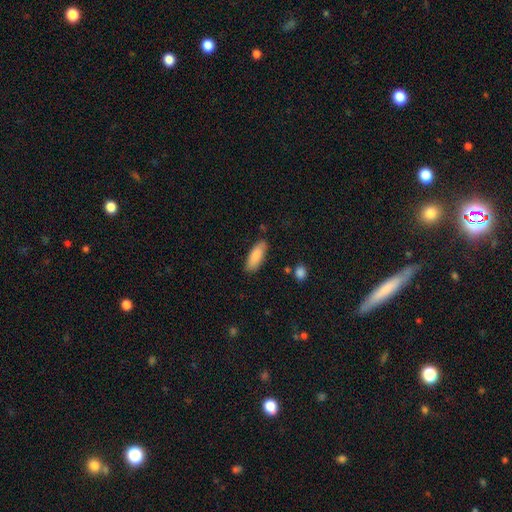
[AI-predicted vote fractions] Smooth or featured? smooth (86%)
How rounded? in between (72%)
Merging? none (82%)